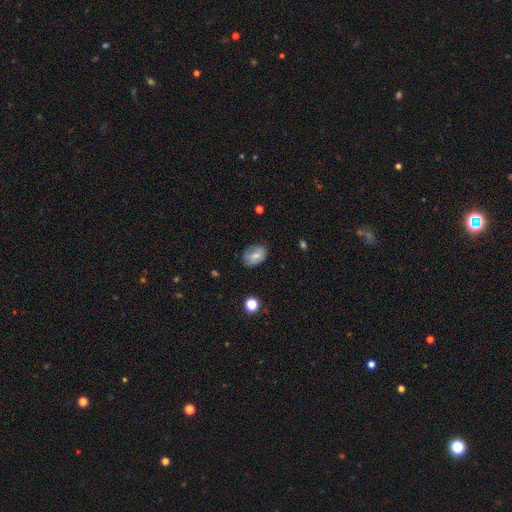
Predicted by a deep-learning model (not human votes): Smooth or featured? Predicted: smooth (p=0.69). How rounded? Predicted: in between (p=0.78). Merging? Predicted: none (p=0.69).